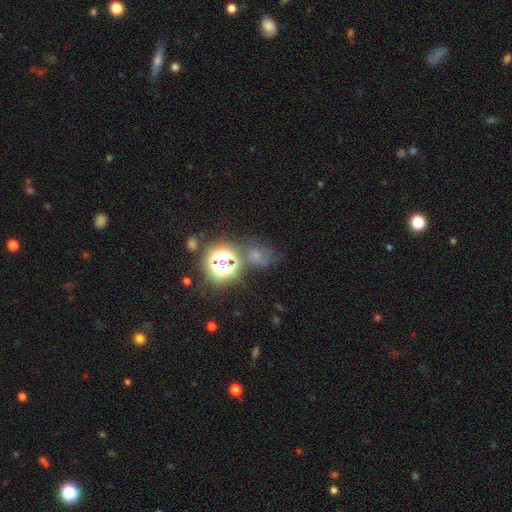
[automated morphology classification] Smooth or featured: star or artifact — 44% (smooth — 41%)